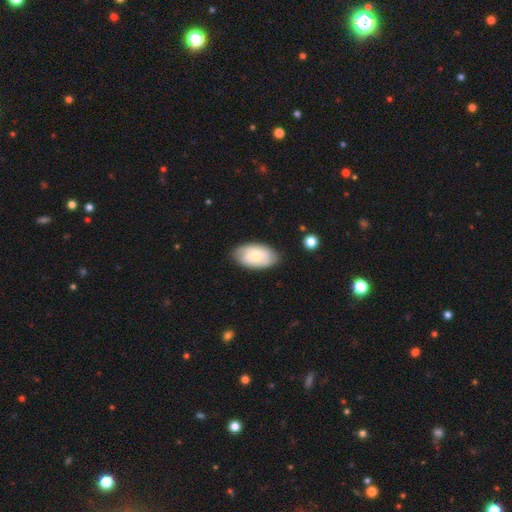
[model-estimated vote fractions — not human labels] Smooth or featured: smooth — 55% (featured or disk — 39%)
How rounded: in between — 94% (round — 4%)
Merging: none — 80% (minor disturbance — 15%)